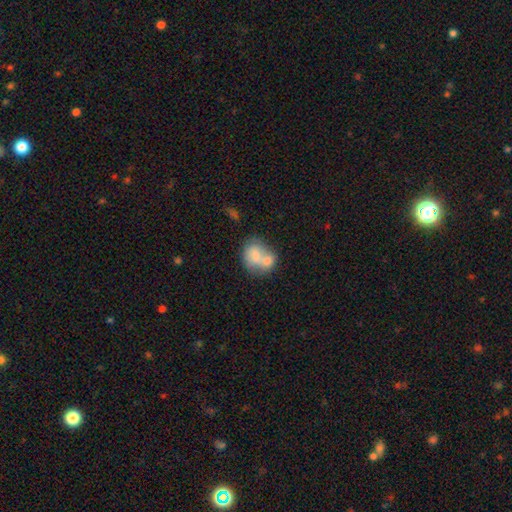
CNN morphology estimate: This is likely a smooth galaxy (72%). How rounded: possibly round (50%). Merging: likely merger (65%).